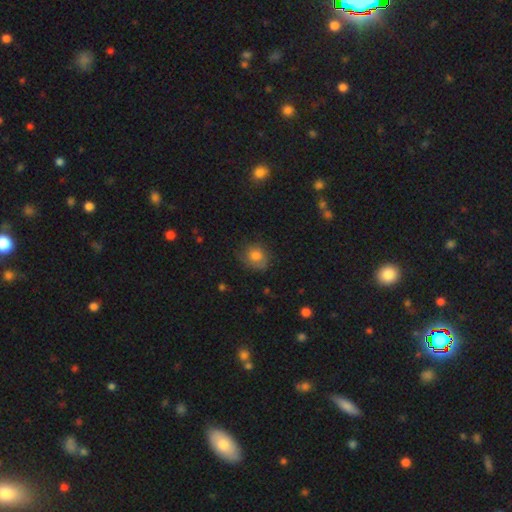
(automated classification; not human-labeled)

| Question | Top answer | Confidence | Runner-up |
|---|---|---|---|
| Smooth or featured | smooth | 77% | featured or disk (12%) |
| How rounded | round | 71% | in between (28%) |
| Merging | none | 67% | minor disturbance (24%) |